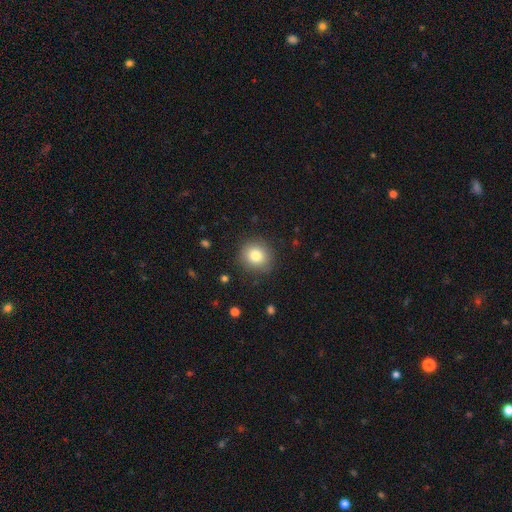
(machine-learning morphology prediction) A smooth galaxy with no disk features (81%) that is round (88%). Merging: none (88%).